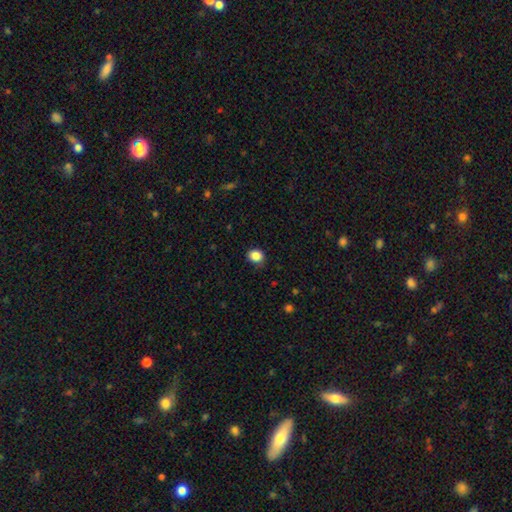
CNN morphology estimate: smooth-or-featured: smooth: 86% | star or artifact: 10% | featured or disk: 4%
  how-rounded: round: 68% | in between: 31% | cigar-shaped: 1%
  merging: none: 83% | minor disturbance: 13% | major disturbance: 3% | merger: 1%